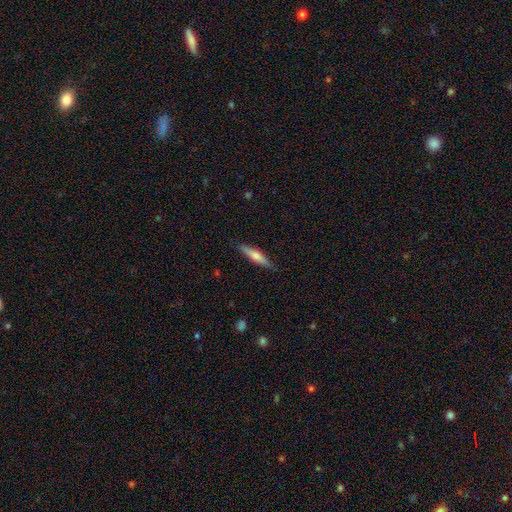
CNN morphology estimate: smooth 55%, featured or disk 39%, star or artifact 6%. Down the decision tree: how rounded — cigar-shaped (85%); merging — none (88%).